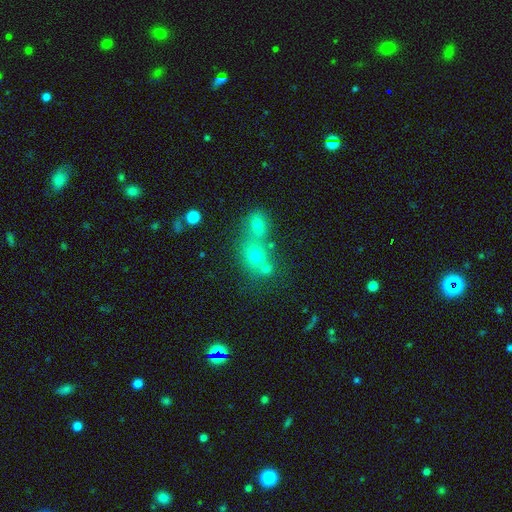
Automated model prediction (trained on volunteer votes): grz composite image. It shows a smooth galaxy with no disk features (62%) that is round (74%). Merging: merger (54%).